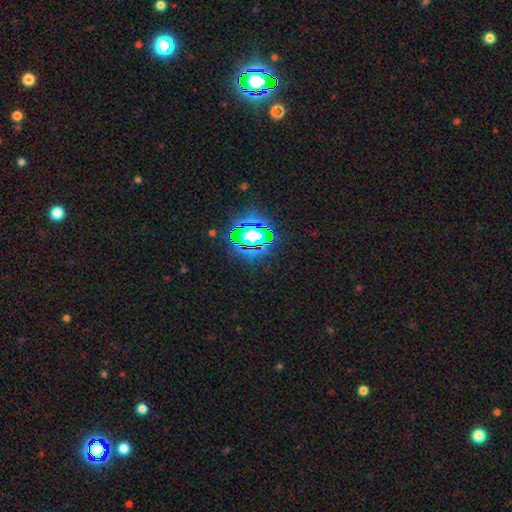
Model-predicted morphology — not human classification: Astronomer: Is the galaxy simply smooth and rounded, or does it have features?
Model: star or artifact — 76%.